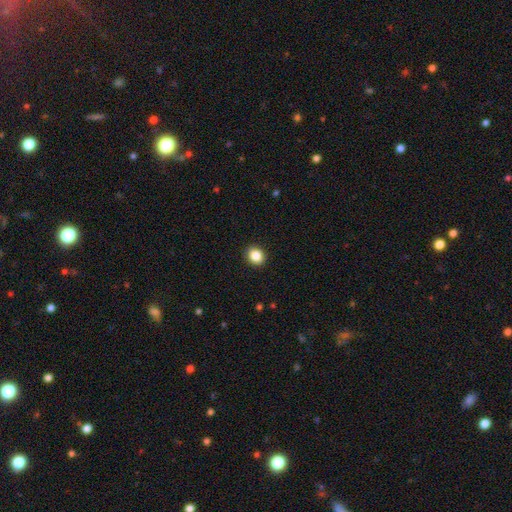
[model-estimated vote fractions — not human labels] Morphology: type=smooth (86%); roundness=round (70%); merging=none (92%).